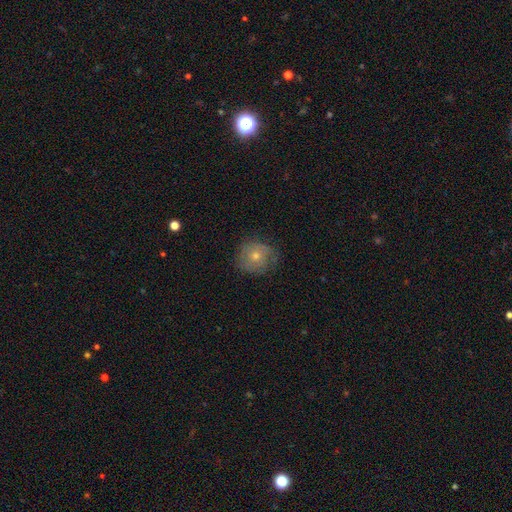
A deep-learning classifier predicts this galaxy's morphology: Smooth or featured: smooth — 46% (featured or disk — 40%)
Merging: none — 75% (minor disturbance — 18%)